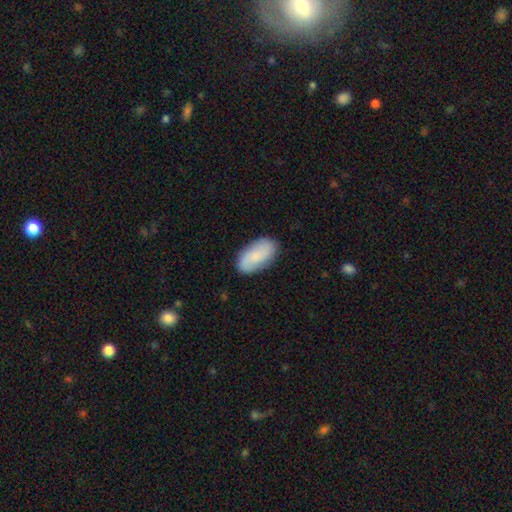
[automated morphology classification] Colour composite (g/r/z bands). It shows a smooth galaxy with no disk features (65%) that is in between round and cigar-shaped (94%). Merging: none (83%).